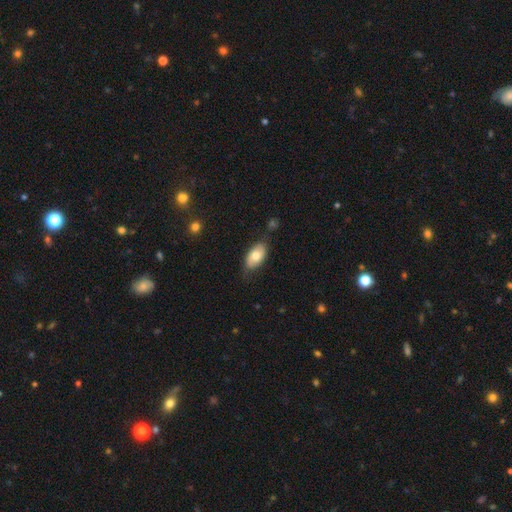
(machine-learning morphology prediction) smooth_or_featured: smooth (p=0.72) [alt: featured or disk p=0.21]
how_rounded: in between (p=0.93) [alt: round p=0.04]
merging: none (p=0.72) [alt: minor disturbance p=0.20]